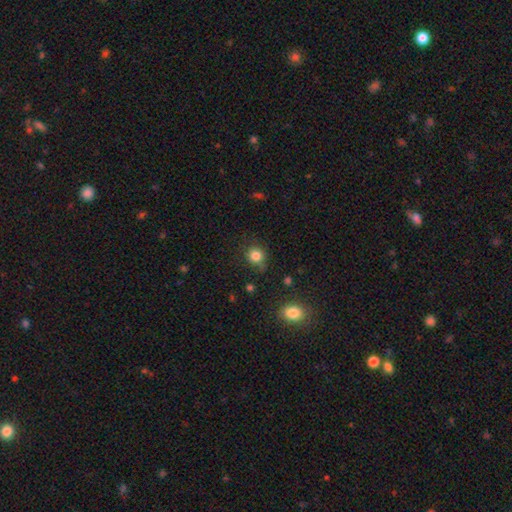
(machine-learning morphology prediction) smooth 83%, star or artifact 12%, featured or disk 5%. Down the decision tree: how rounded — round (84%); merging — none (72%).